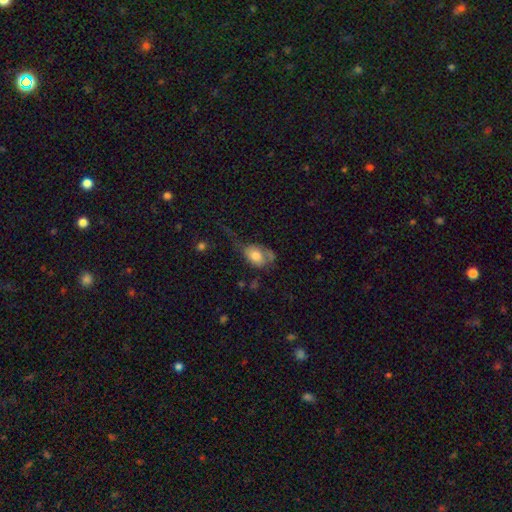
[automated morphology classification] smooth 70%, featured or disk 22%, star or artifact 8%. Down the decision tree: how rounded — in between (80%); merging — major disturbance (36%).